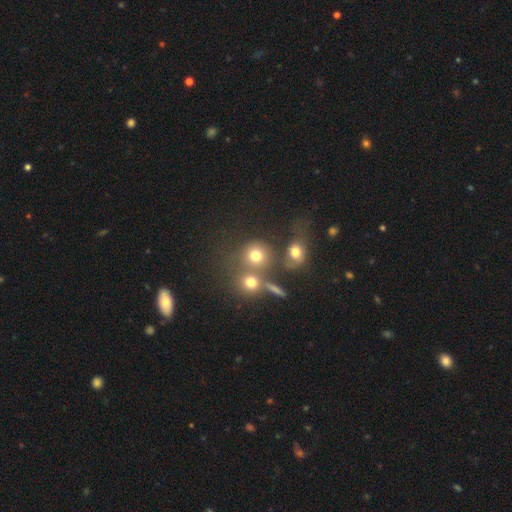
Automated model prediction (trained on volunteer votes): Morphology: type=smooth (73%); roundness=round (85%); merging=none (52%).